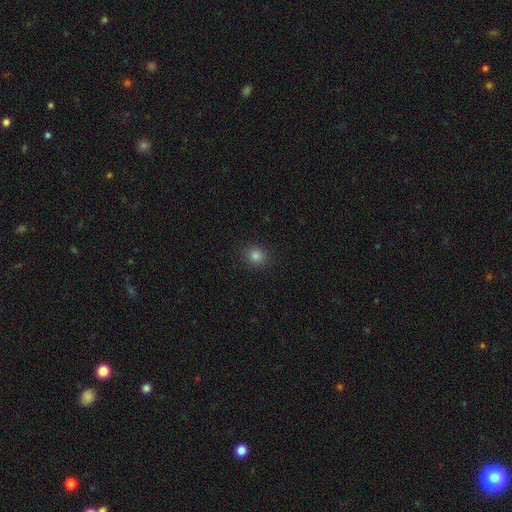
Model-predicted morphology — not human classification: This is clearly a smooth galaxy (82%). How rounded: likely round (79%). Merging: clearly none (90%).